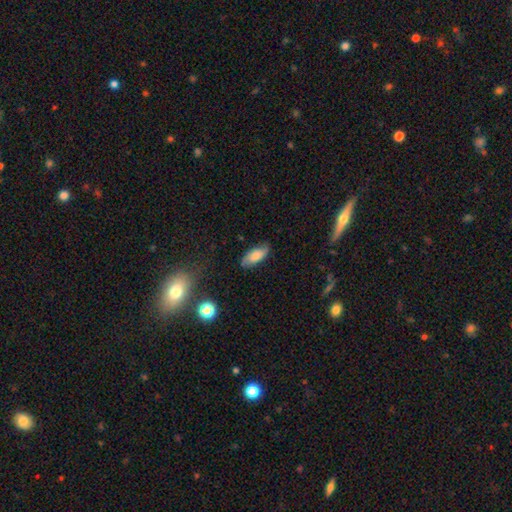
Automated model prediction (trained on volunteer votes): Smooth or featured: smooth — 72% (featured or disk — 20%)
How rounded: in between — 84% (cigar-shaped — 13%)
Merging: none — 77% (minor disturbance — 18%)